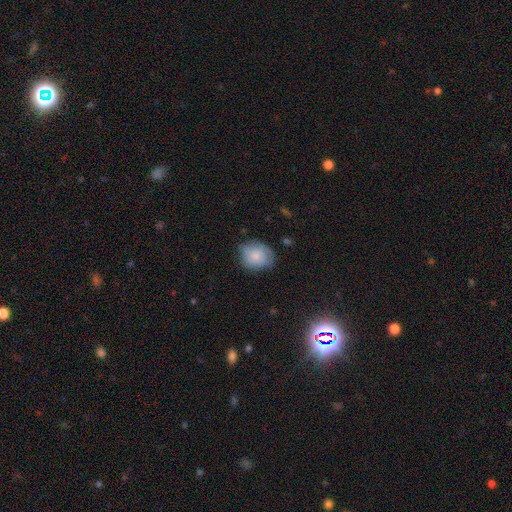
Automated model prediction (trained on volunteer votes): Q: Smooth or featured?
A: smooth (77%); runner-up: featured or disk (16%)
Q: How rounded?
A: round (62%); runner-up: in between (37%)
Q: Merging?
A: none (63%); runner-up: minor disturbance (29%)